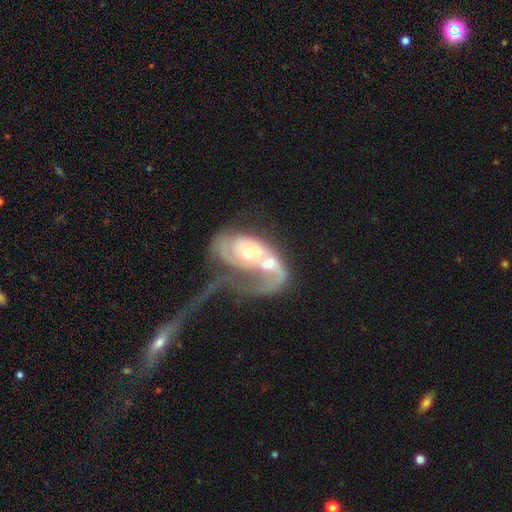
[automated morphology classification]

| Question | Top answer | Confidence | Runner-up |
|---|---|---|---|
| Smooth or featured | featured or disk | 76% | smooth (18%) |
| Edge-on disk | no | 94% | yes (6%) |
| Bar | no | 67% | weak (24%) |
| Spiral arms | yes | 76% | no (24%) |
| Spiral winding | loose | 37% | medium (33%) |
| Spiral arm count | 2 | 41% | 1 (29%) |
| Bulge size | moderate | 67% | small (23%) |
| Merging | merger | 76% | major disturbance (13%) |